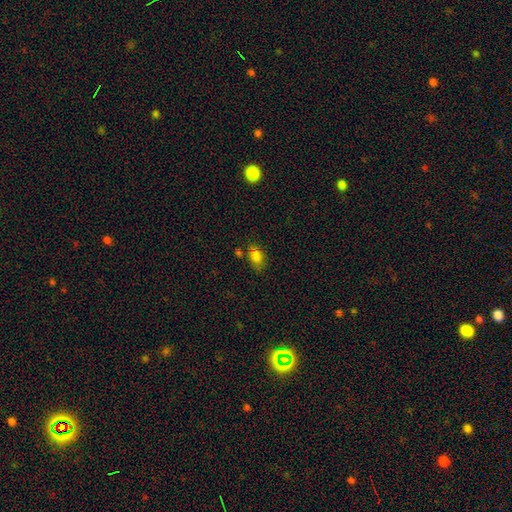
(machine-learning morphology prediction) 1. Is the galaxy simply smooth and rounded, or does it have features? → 78% smooth, 15% star or artifact, 6% featured or disk.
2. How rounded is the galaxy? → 82% in between, 16% round, 2% cigar-shaped.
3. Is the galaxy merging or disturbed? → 60% none, 23% minor disturbance, 11% merger, 7% major disturbance.